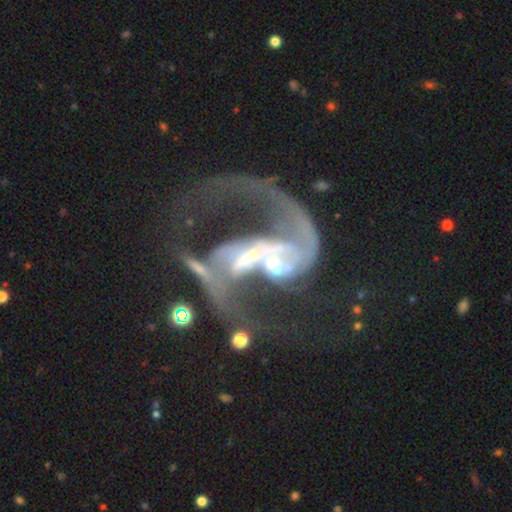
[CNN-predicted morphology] The model was most divided on "bar" (2-way tie): weak: 36%, no: 36%, strong: 29%. Remaining: edge-on disk — no (97%); spiral arms — yes (90%); smooth or featured — featured or disk (87%); spiral arm count — 2 (76%); spiral winding — loose (62%); merging — merger (47%); bulge size — small (45%).